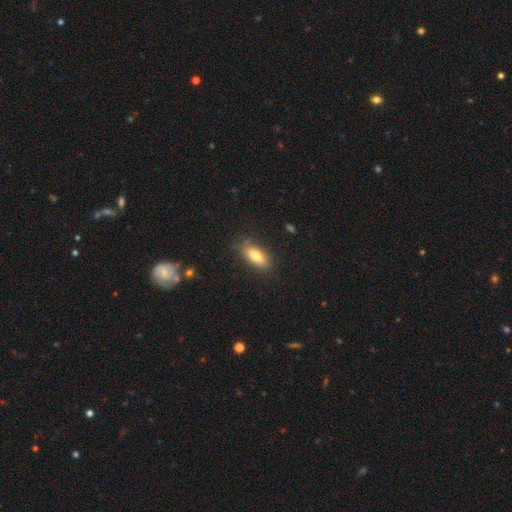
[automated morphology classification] Smooth or featured? Predicted: smooth (p=0.79). How rounded? Predicted: in between (p=0.80). Merging? Predicted: none (p=0.83).